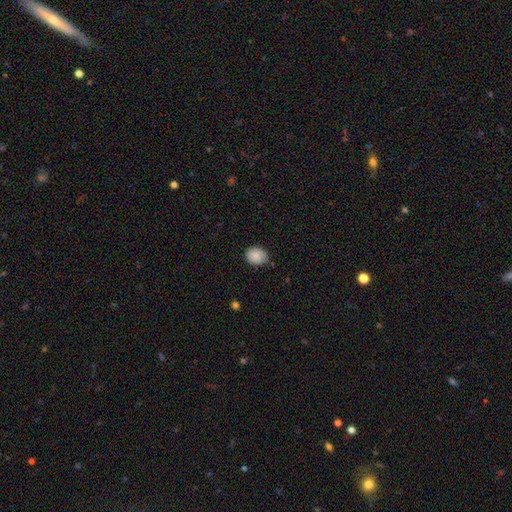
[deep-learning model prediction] smooth-or-featured: smooth: 88% | star or artifact: 8% | featured or disk: 4%
  how-rounded: round: 55% | in between: 44% | cigar-shaped: 1%
  merging: none: 77% | minor disturbance: 19% | major disturbance: 3% | merger: 1%